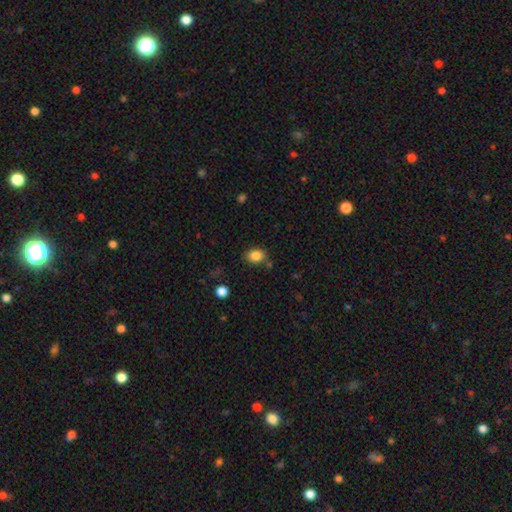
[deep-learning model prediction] This appears to be a smooth galaxy with no disk features (86%) that is in between round and cigar-shaped (71%). Merging: none (77%).